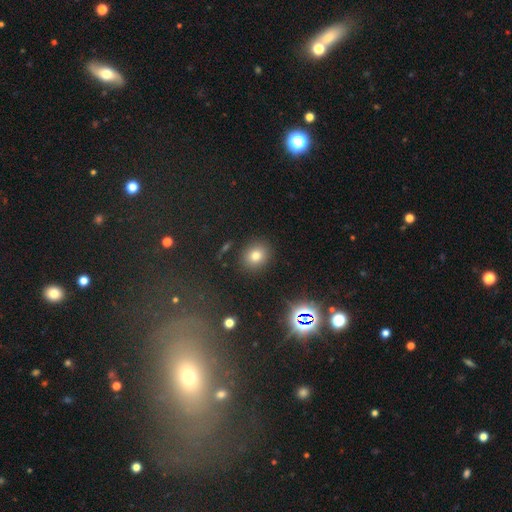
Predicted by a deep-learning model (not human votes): This is likely a smooth galaxy (74%). How rounded: likely round (71%). Merging: clearly none (87%).